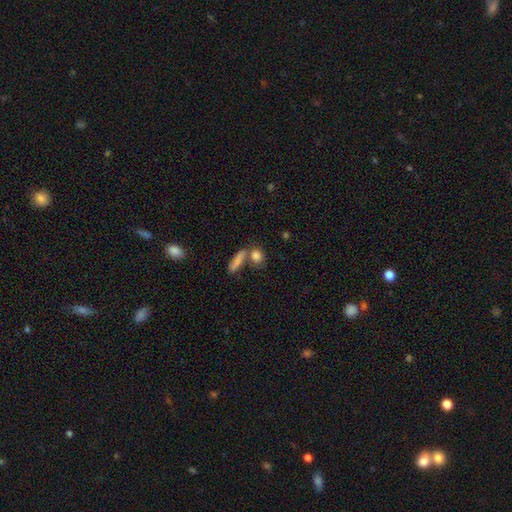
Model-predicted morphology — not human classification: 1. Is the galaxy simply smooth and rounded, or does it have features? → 82% smooth, 9% star or artifact, 9% featured or disk.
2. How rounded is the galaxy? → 52% round, 36% in between, 12% cigar-shaped.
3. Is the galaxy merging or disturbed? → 54% none, 31% merger, 10% minor disturbance, 5% major disturbance.